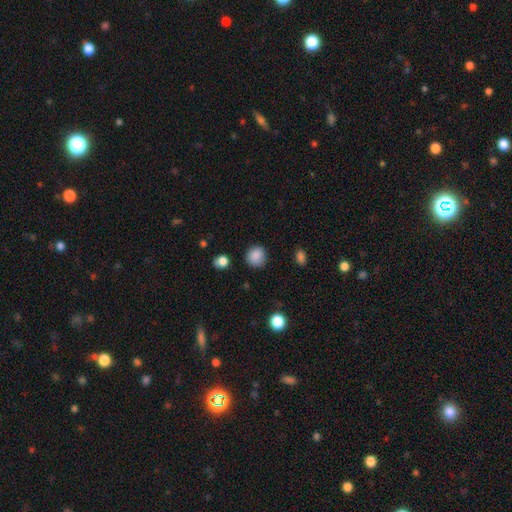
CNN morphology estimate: This appears to be a smooth galaxy with no disk features (87%) that is round (88%). Merging: none (86%).